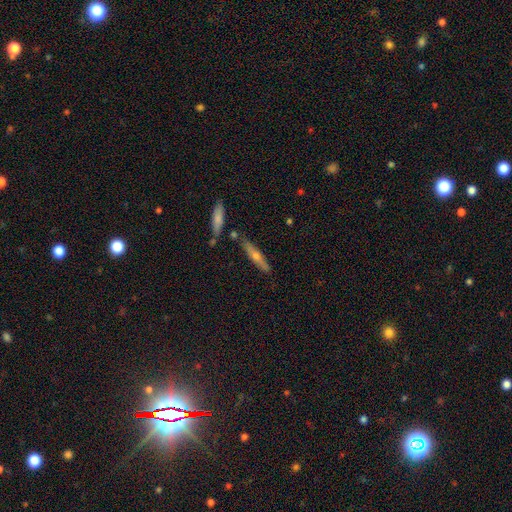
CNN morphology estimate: A featured or disk galaxy (52%) viewed edge-on (92%). Merging: none (82%).